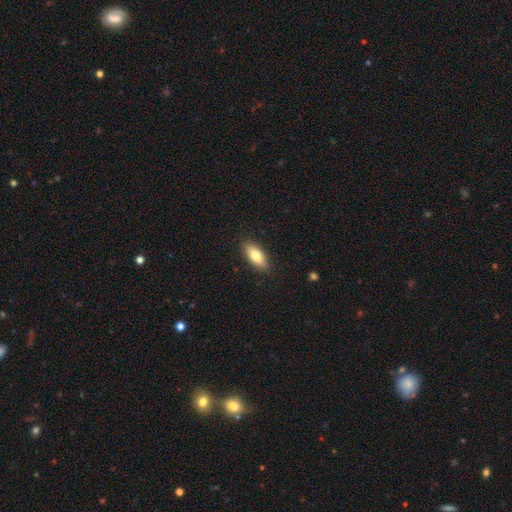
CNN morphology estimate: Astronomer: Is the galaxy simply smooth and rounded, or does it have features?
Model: smooth — 80%.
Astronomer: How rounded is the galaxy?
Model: in between — 84%.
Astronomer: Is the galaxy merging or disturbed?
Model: none — 88%.